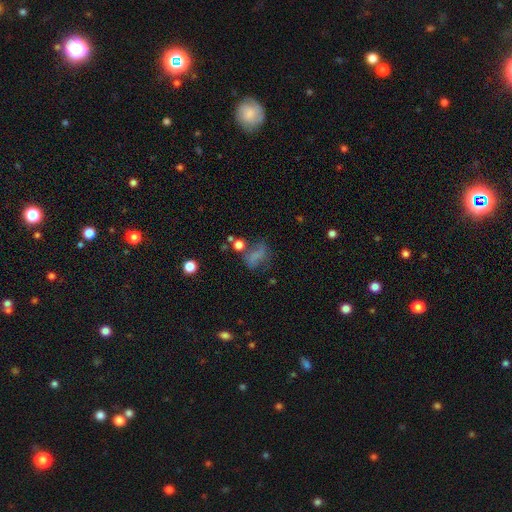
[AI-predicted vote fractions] A smooth galaxy with no disk features (54%) that is in between round and cigar-shaped (67%).

Vote fractions:
- Smooth or featured? smooth: 54% / featured or disk: 25% / star or artifact: 20%
- How rounded? in between: 67% / round: 28% / cigar-shaped: 5%
- Merging? none: 41% / major disturbance: 26% / minor disturbance: 23% / merger: 10%